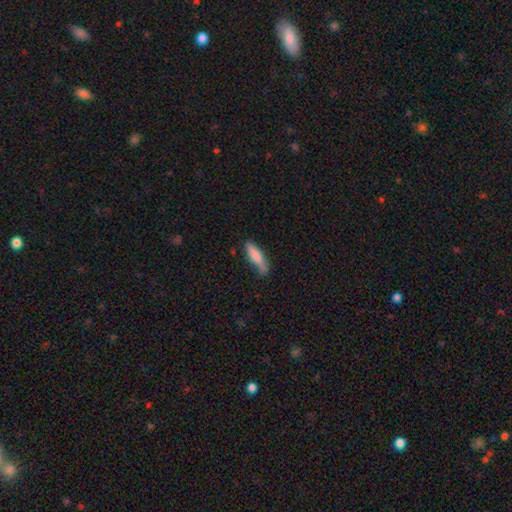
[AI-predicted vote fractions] Smooth or featured? Predicted: smooth (p=0.75). How rounded? Predicted: cigar-shaped (p=0.76). Merging? Predicted: none (p=0.67).